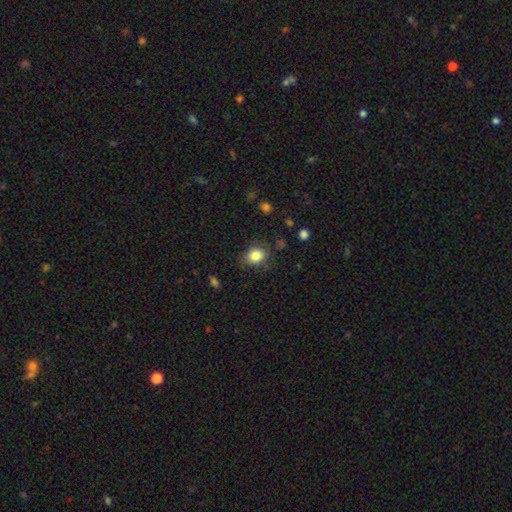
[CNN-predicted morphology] A smooth galaxy with no disk features (84%) that is round (55%).

Vote fractions:
- Smooth or featured? smooth: 84% / star or artifact: 9% / featured or disk: 6%
- How rounded? round: 55% / in between: 44% / cigar-shaped: 1%
- Merging? none: 75% / minor disturbance: 19% / major disturbance: 5% / merger: 2%